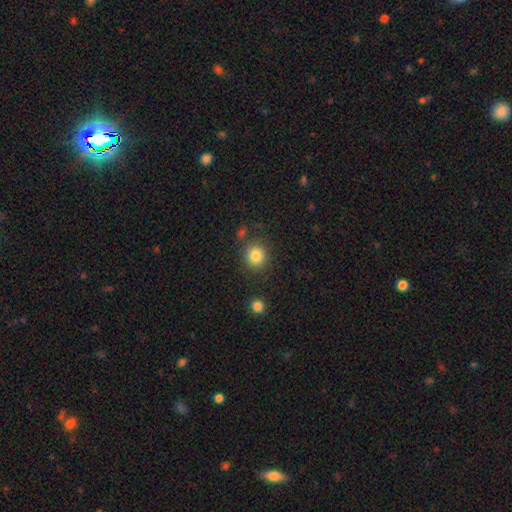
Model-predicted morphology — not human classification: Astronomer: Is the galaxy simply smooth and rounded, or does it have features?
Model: smooth — 85%.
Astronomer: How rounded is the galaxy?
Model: round — 86%.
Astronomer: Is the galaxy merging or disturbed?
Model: none — 82%.